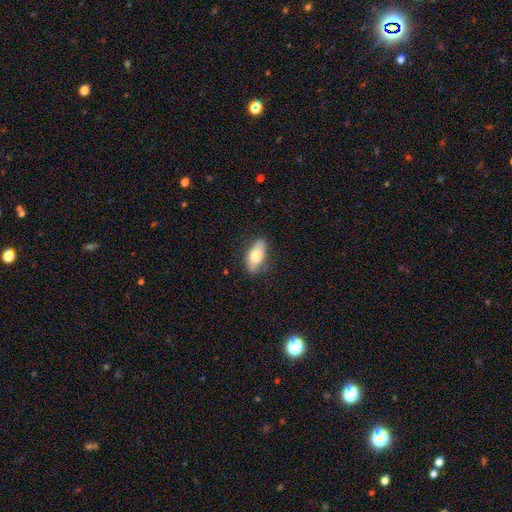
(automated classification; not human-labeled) The model was most divided on "smooth or featured": smooth: 72%, featured or disk: 22%, star or artifact: 6%. More confident: how rounded — in between (84%); merging — none (81%).